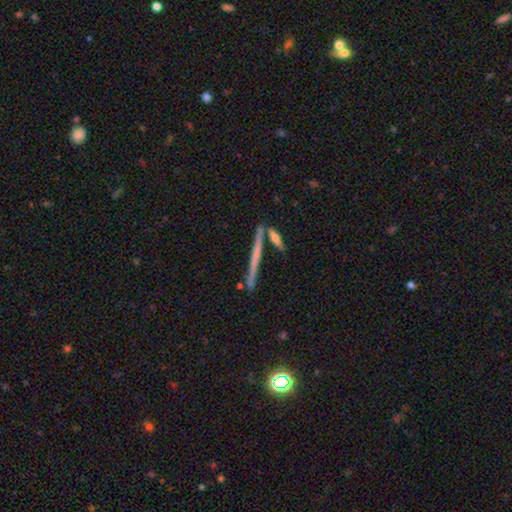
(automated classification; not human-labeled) A featured or disk galaxy (58%) viewed edge-on (96%) with no central bulge (70%). Merging: none (80%).